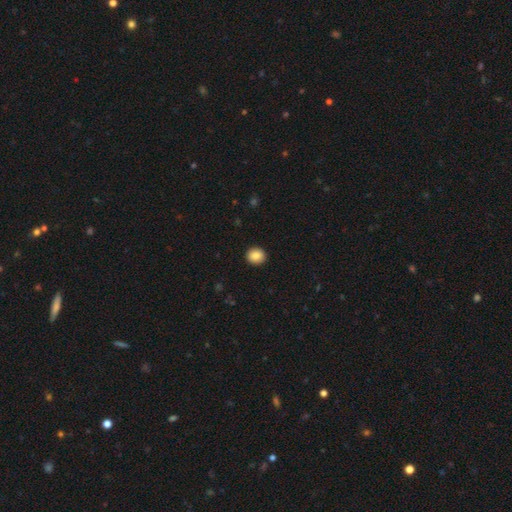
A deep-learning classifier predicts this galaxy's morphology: type=smooth (87%); roundness=round (83%); merging=none (92%).